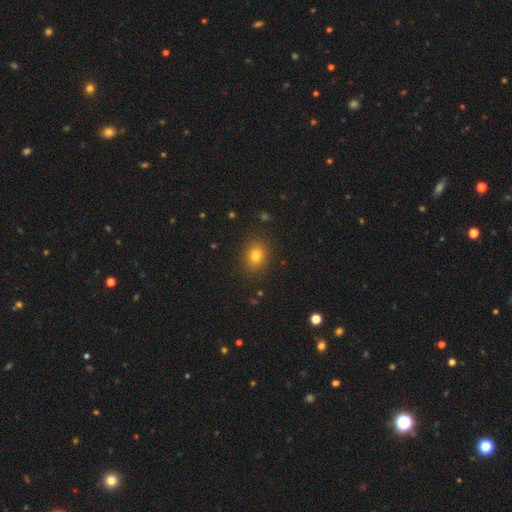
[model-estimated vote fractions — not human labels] Smooth or featured? Predicted: smooth (p=0.80). How rounded? Predicted: round (p=0.51). Merging? Predicted: none (p=0.88).